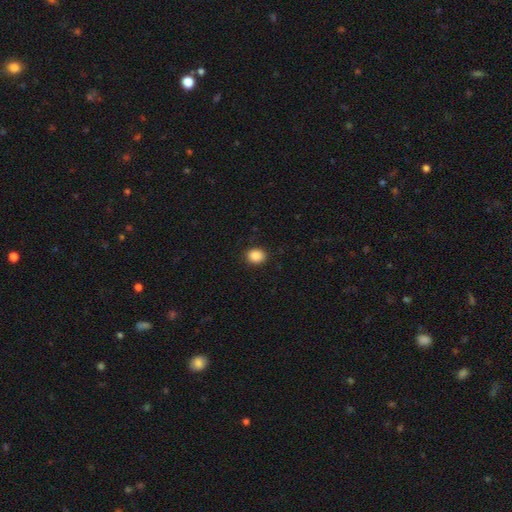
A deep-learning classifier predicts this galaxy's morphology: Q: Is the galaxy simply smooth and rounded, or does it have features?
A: smooth — 89%.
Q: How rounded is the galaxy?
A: round — 57%.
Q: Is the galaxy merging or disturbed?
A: none — 90%.